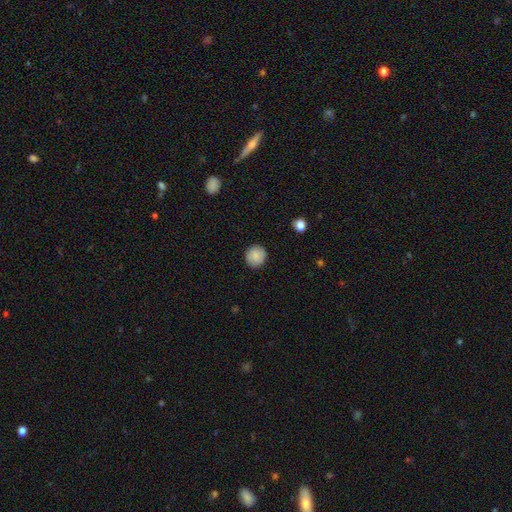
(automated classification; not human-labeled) A smooth galaxy with no disk features (85%) that is round (91%). Merging: none (90%).